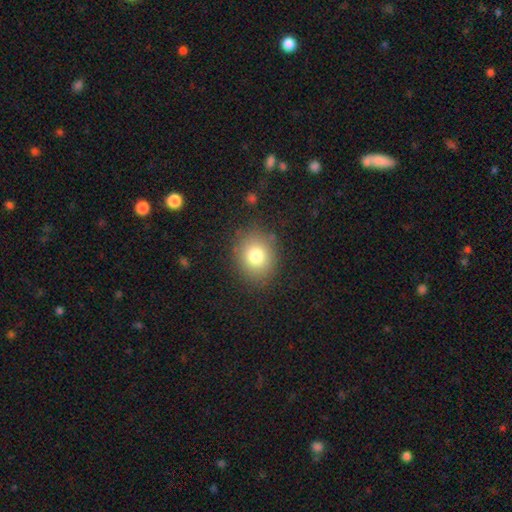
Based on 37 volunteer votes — Smooth or featured?
  - smooth: 86% *
  - featured or disk: 8%
  - star or artifact: 5%
How rounded?
  - round: 78% *
  - in between: 22%
  - cigar-shaped: 0%
Merging?
  - none: 83% *
  - minor disturbance: 14%
  - major disturbance: 3%
  - merger: 0%